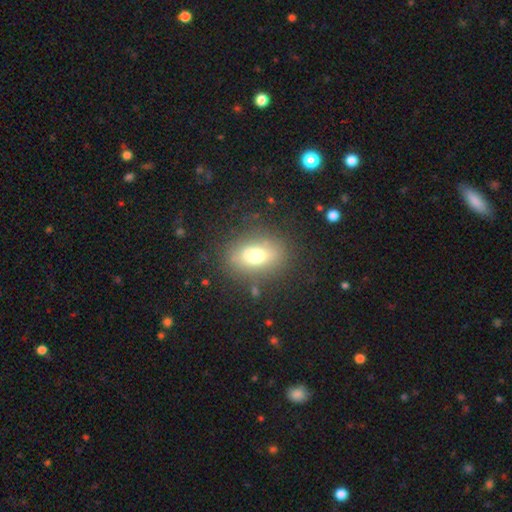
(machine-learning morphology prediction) type=smooth (68%); roundness=in between (67%); merging=none (78%).